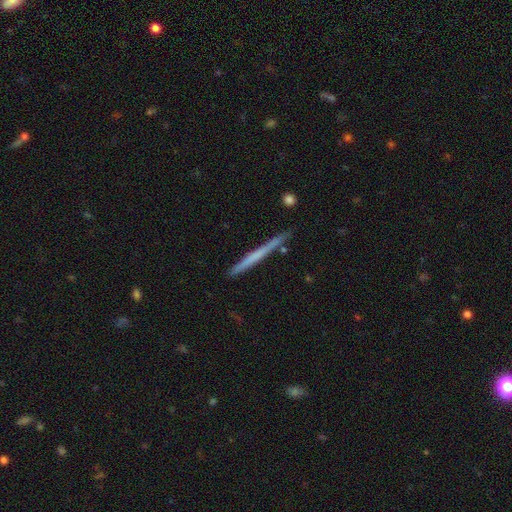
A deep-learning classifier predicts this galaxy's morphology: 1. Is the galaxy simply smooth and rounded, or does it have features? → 48% featured or disk, 46% smooth, 5% star or artifact.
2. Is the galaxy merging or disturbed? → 87% none, 10% minor disturbance, 2% merger, 2% major disturbance.